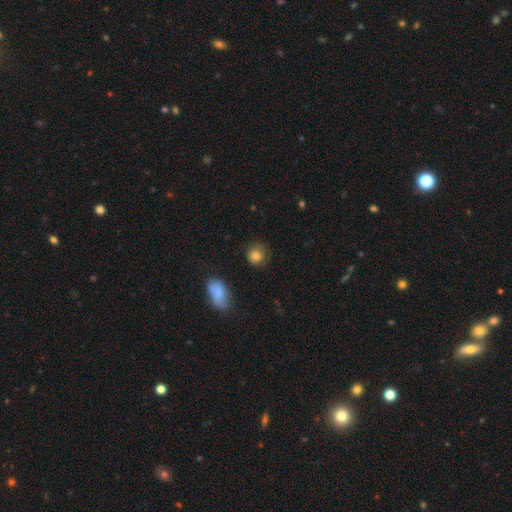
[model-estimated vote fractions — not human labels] This appears to be a smooth galaxy with no disk features (79%) that is round (83%). Merging: none (72%).